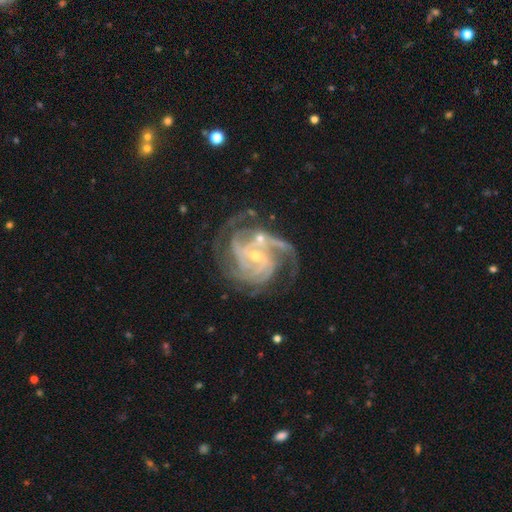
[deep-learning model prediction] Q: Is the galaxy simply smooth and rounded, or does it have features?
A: featured or disk — 92%.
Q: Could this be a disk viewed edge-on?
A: no — 98%.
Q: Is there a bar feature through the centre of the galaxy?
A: no — 50%.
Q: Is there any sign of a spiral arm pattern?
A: yes — 98%.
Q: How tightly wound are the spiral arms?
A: tight — 64%.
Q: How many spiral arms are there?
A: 3 — 32%.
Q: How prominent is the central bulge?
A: small — 72%.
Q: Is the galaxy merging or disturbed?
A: none — 60%.